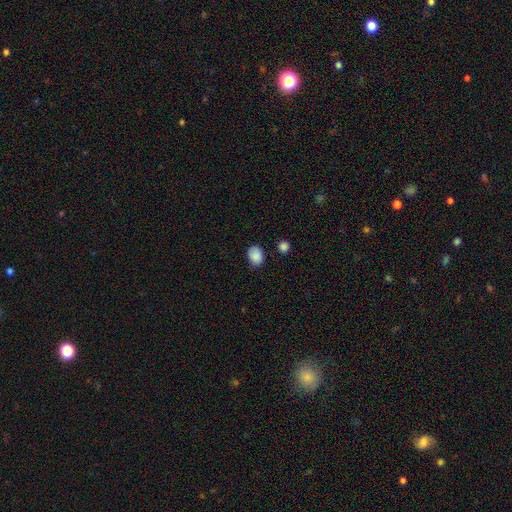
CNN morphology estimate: smooth 88%, star or artifact 8%, featured or disk 4%. Down the decision tree: how rounded — in between (66%); merging — none (76%).